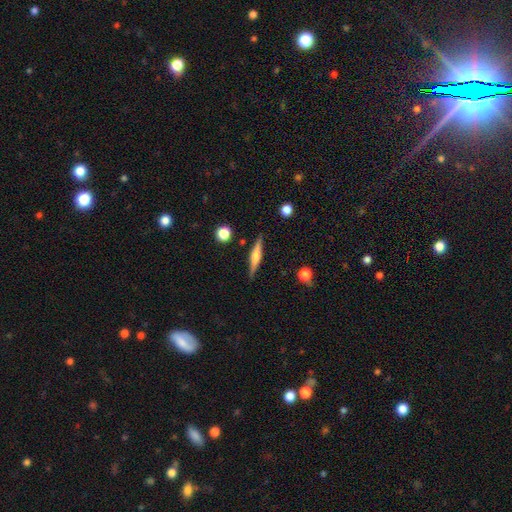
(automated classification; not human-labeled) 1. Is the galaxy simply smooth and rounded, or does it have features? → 57% featured or disk, 37% smooth, 7% star or artifact.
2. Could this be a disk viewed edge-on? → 97% yes, 3% no.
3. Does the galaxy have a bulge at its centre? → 71% rounded, 20% boxy, 10% none.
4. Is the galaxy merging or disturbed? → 87% none, 9% minor disturbance, 2% major disturbance, 2% merger.